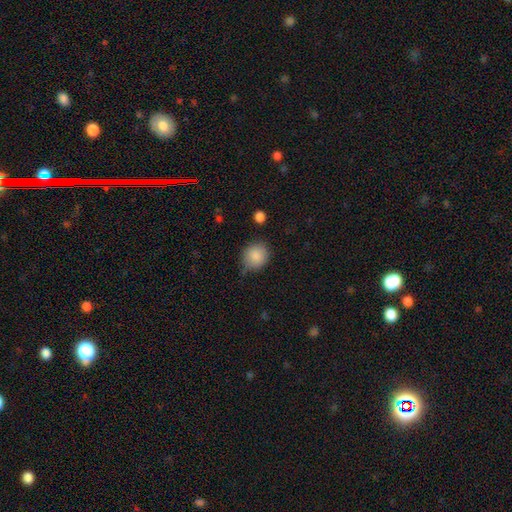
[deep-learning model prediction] Overall: smooth (87%). How rounded: round (83%). Merging: none (72%).